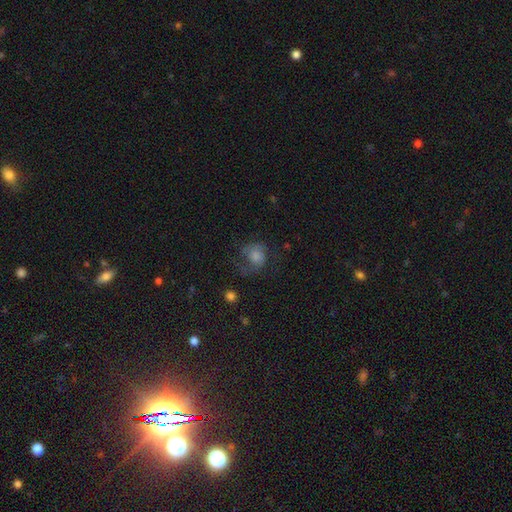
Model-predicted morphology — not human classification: smooth_or_featured: smooth (p=0.46) [alt: featured or disk p=0.37]
merging: none (p=0.51) [alt: major disturbance p=0.27]